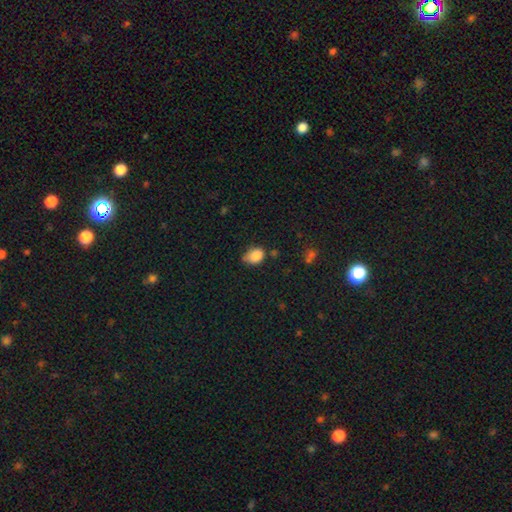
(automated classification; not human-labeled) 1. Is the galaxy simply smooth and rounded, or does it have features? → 85% smooth, 9% star or artifact, 6% featured or disk.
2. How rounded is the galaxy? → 69% in between, 30% round, 1% cigar-shaped.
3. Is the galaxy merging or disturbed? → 47% none, 40% minor disturbance, 8% major disturbance, 4% merger.